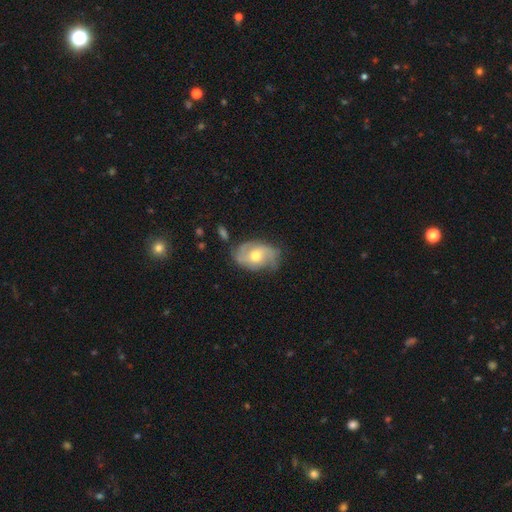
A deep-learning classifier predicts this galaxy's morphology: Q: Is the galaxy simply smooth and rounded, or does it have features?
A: featured or disk — 71%.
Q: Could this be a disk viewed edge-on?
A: no — 96%.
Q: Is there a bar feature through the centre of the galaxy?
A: no — 65%.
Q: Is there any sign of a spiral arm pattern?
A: yes — 87%.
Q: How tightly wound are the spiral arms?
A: medium — 42%.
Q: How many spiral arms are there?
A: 2 — 57%.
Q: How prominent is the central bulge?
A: moderate — 77%.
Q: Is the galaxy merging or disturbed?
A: none — 64%.